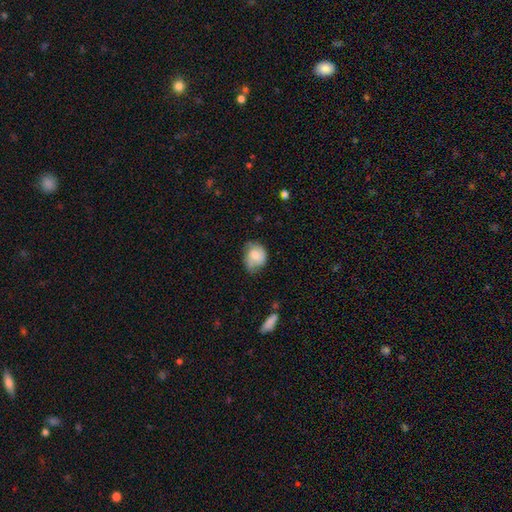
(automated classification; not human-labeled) The model was most divided on "merging": none: 47%, minor disturbance: 38%, major disturbance: 13%, merger: 2%. More confident: smooth or featured — smooth (61%); how rounded — round (55%).